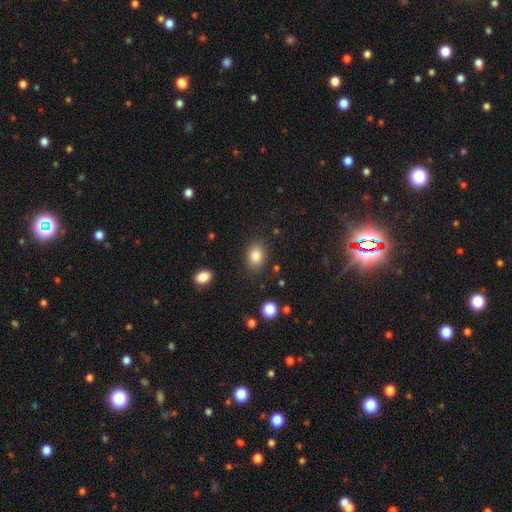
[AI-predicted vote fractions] Smooth or featured? Predicted: smooth (p=0.85). How rounded? Predicted: in between (p=0.66). Merging? Predicted: none (p=0.84).